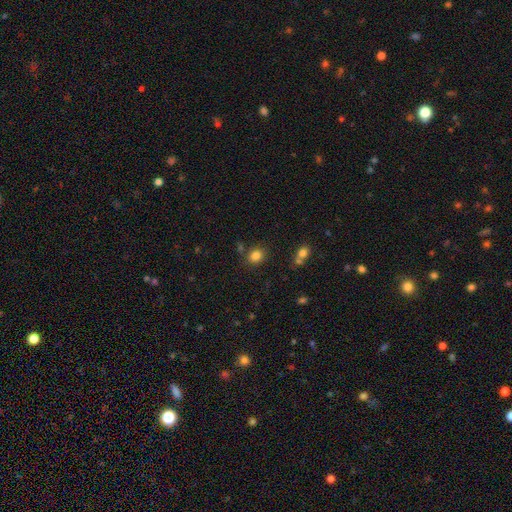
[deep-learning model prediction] The model was most divided on "how rounded": round: 61%, in between: 39%, cigar-shaped: 1%. More confident: smooth or featured — smooth (83%); merging — none (79%).